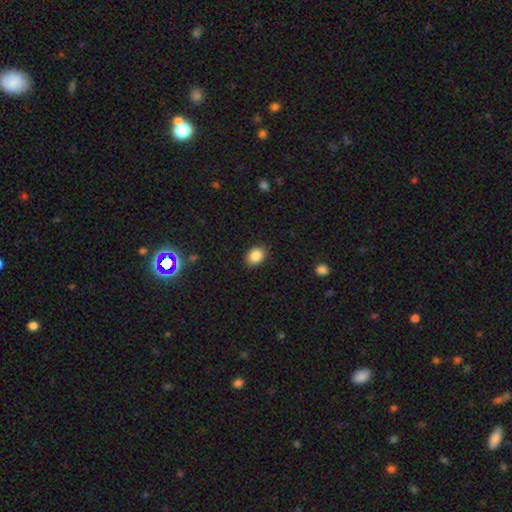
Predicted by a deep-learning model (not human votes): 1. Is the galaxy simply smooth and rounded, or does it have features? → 87% smooth, 9% star or artifact, 5% featured or disk.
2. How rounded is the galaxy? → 68% in between, 31% round, 1% cigar-shaped.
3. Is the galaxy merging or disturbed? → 87% none, 9% minor disturbance, 2% major disturbance, 1% merger.